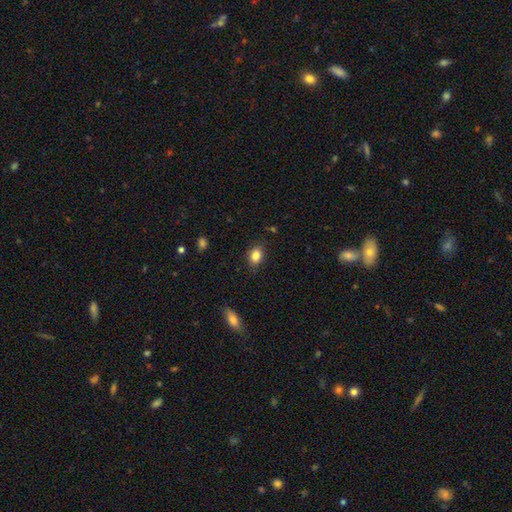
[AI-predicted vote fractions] Smooth or featured?
  - smooth: 84% *
  - star or artifact: 10%
  - featured or disk: 6%
How rounded?
  - in between: 69% *
  - round: 30%
  - cigar-shaped: 1%
Merging?
  - none: 85% *
  - minor disturbance: 11%
  - major disturbance: 3%
  - merger: 1%